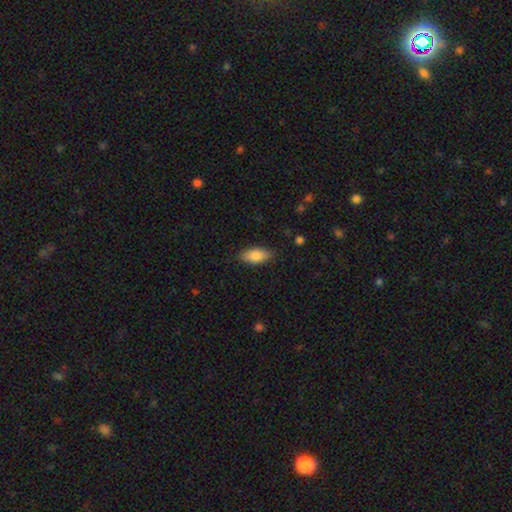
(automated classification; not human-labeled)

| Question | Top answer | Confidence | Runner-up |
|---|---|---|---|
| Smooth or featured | smooth | 82% | featured or disk (12%) |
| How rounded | in between | 88% | cigar-shaped (9%) |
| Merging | none | 83% | minor disturbance (13%) |